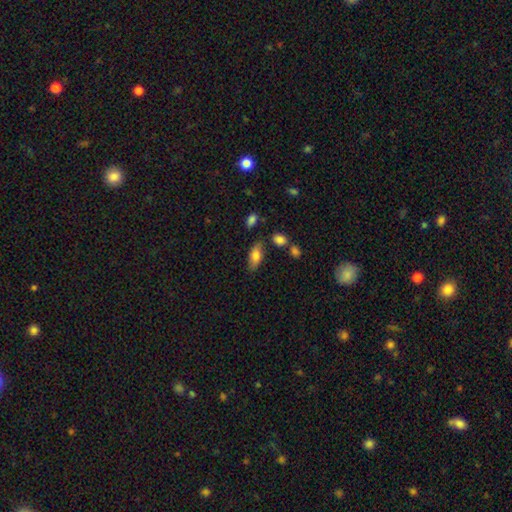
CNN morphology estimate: Q: Smooth or featured?
A: smooth (77%); runner-up: featured or disk (16%)
Q: How rounded?
A: in between (88%); runner-up: cigar-shaped (9%)
Q: Merging?
A: none (75%); runner-up: minor disturbance (16%)